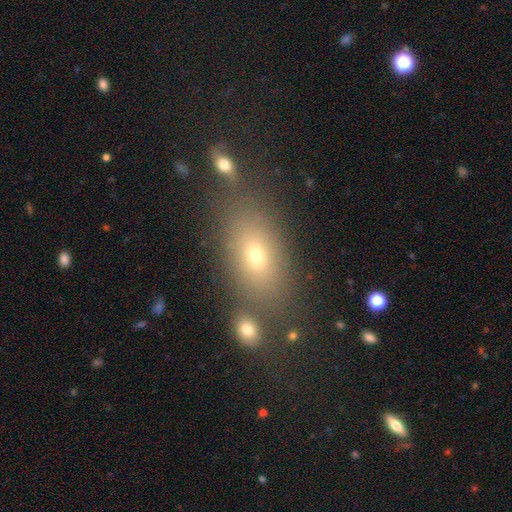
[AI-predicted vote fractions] This appears to be a smooth galaxy with no disk features (69%) that is in between round and cigar-shaped (81%). Merging: none (68%).